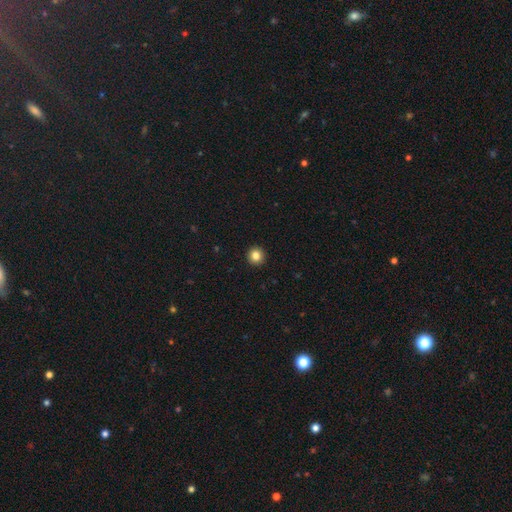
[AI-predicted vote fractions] A smooth galaxy with no disk features (84%) that is round (95%).

Vote fractions:
- Smooth or featured? smooth: 84% / star or artifact: 11% / featured or disk: 5%
- How rounded? round: 95% / in between: 4% / cigar-shaped: 1%
- Merging? none: 94% / minor disturbance: 4% / major disturbance: 1% / merger: 1%